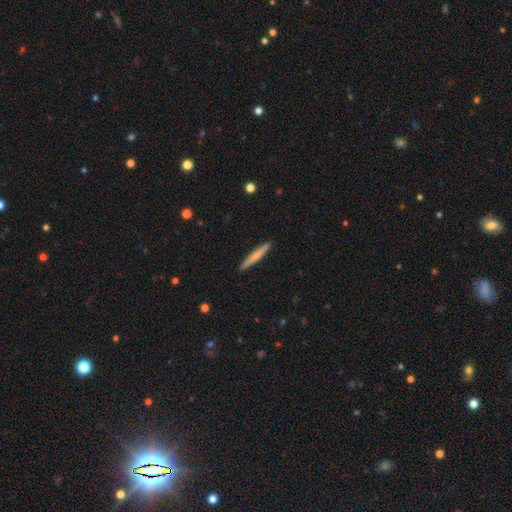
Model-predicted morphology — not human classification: This appears to be a smooth galaxy with no disk features (61%) that is cigar-shaped (95%). Merging: none (91%).